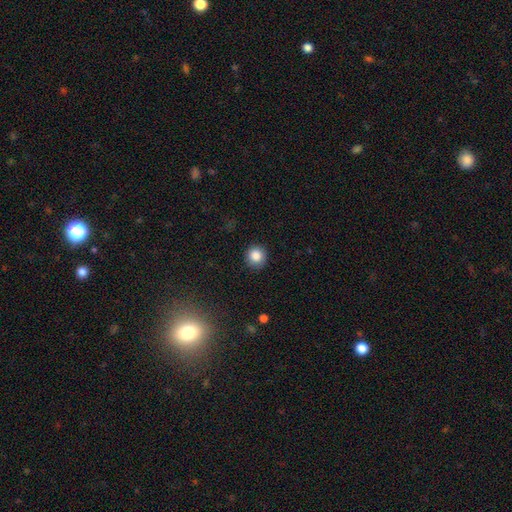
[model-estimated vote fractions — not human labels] Overall: smooth (86%). How rounded: round (92%). Merging: none (90%).